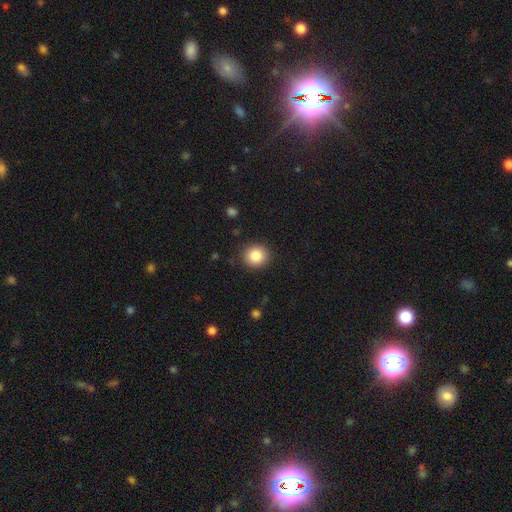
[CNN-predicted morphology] The model was most divided on "smooth or featured": smooth: 86%, star or artifact: 9%, featured or disk: 5%. More confident: merging — none (90%); how rounded — round (89%).